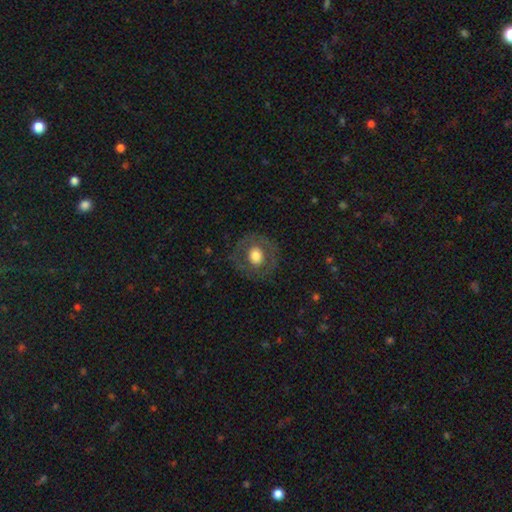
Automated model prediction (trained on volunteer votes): smooth 57%, featured or disk 36%, star or artifact 8%. Down the decision tree: how rounded — round (82%); merging — none (80%).